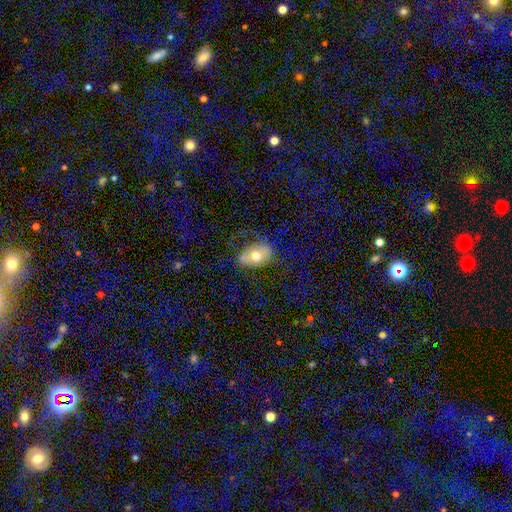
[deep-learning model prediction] Smooth or featured: smooth — 61% (featured or disk — 32%)
How rounded: in between — 90% (round — 9%)
Merging: none — 60% (minor disturbance — 23%)